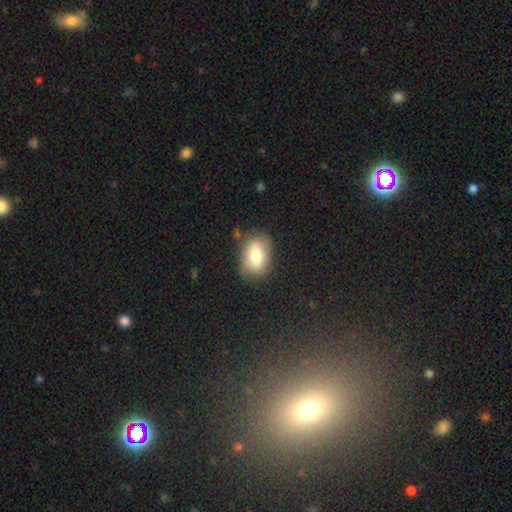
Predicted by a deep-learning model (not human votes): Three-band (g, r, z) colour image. It shows a smooth galaxy with no disk features (77%) that is in between round and cigar-shaped (77%). Merging: none (77%).